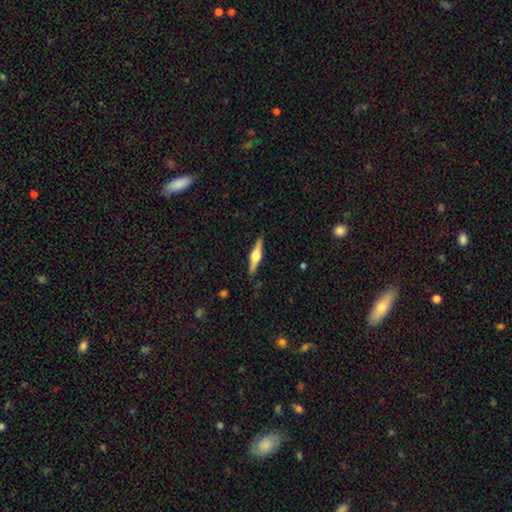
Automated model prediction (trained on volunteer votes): Smooth or featured: featured or disk — 70% (smooth — 25%)
Edge-on disk: yes — 97% (no — 3%)
Edge-on bulge: rounded — 92% (boxy — 6%)
Merging: none — 89% (minor disturbance — 8%)